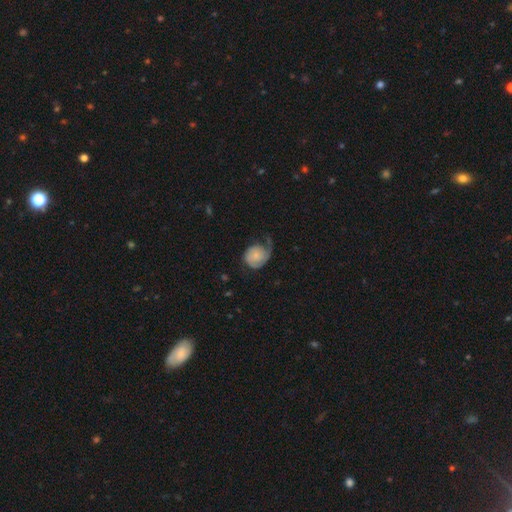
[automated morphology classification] The model was most divided on "merging": none: 34%, major disturbance: 33%, minor disturbance: 31%, merger: 2%. More confident: edge-on disk — no (98%); spiral arms — yes (87%); bar — no (79%); bulge size — small (55%); smooth or featured — featured or disk (53%).